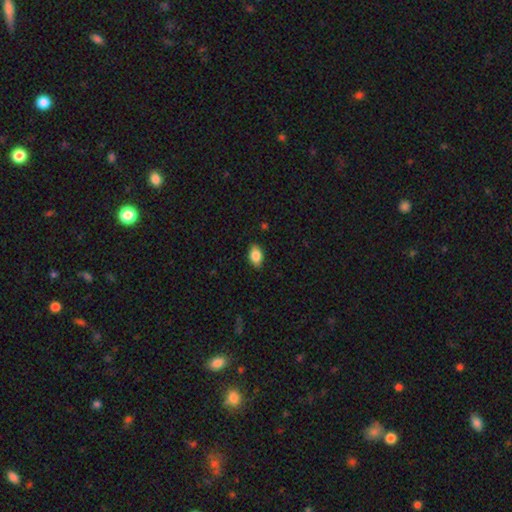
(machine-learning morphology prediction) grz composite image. It shows a smooth galaxy with no disk features (86%) that is in between round and cigar-shaped (88%). Merging: none (87%).